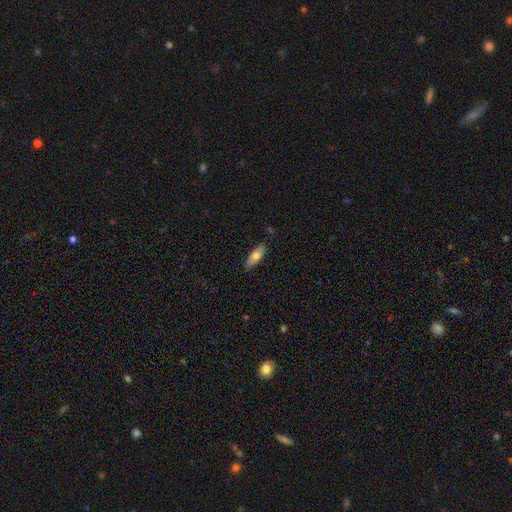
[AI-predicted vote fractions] A smooth galaxy with no disk features (68%) that is in between round and cigar-shaped (65%).

Vote fractions:
- Smooth or featured? smooth: 68% / featured or disk: 25% / star or artifact: 6%
- How rounded? in between: 65% / cigar-shaped: 33% / round: 2%
- Merging? none: 84% / minor disturbance: 12% / major disturbance: 2% / merger: 1%